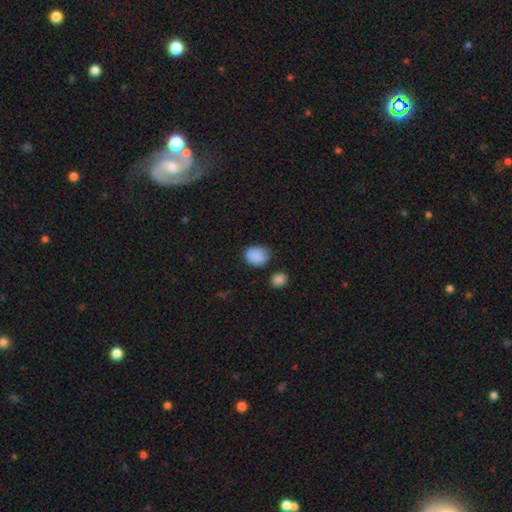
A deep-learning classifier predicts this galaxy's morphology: Smooth or featured: smooth — 87% (star or artifact — 9%)
How rounded: in between — 57% (round — 42%)
Merging: none — 70% (minor disturbance — 21%)